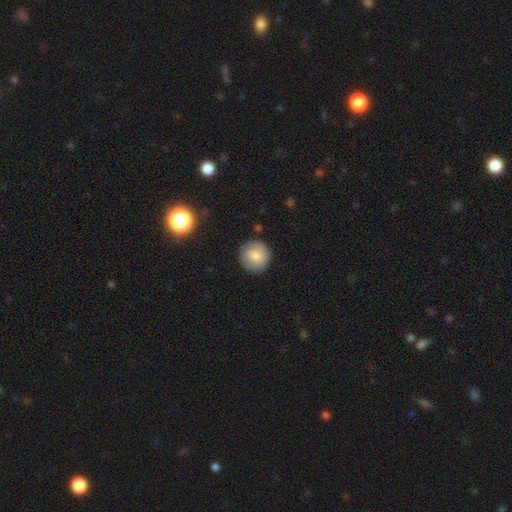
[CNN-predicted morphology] Smooth or featured? smooth (77%)
How rounded? round (92%)
Merging? none (86%)